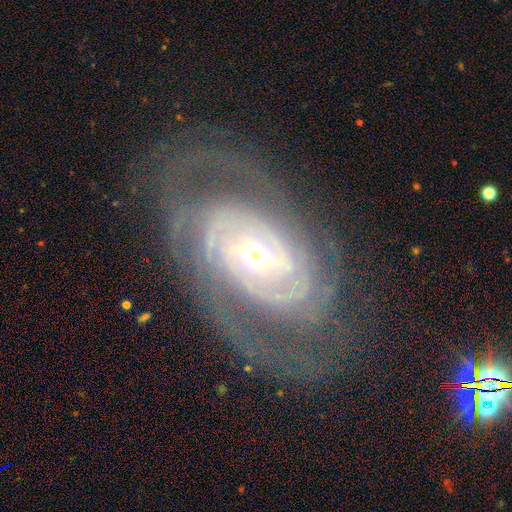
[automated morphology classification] Overall: featured or disk (90%). Edge-on disk: no (95%). Bar: no (45%; weak 36%). Spiral arms: yes (97%). Spiral arm count: 2 (32%; can't tell 23%). Spiral winding: tight (73%). Bulge size: small (58%; moderate 38%). Merging: none (74%).